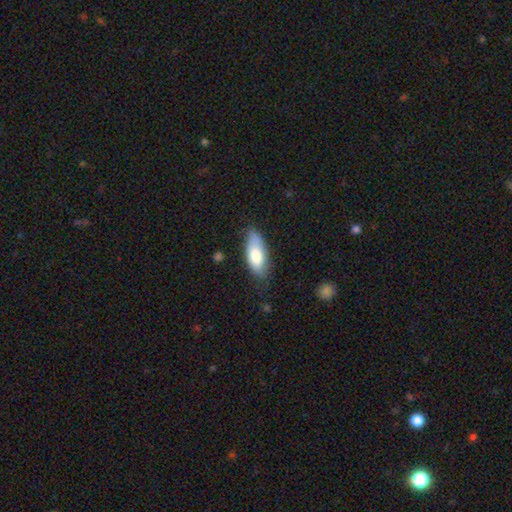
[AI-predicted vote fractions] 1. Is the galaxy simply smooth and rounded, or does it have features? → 78% smooth, 16% featured or disk, 6% star or artifact.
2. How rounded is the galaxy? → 80% in between, 18% cigar-shaped, 2% round.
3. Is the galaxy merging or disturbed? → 68% none, 25% minor disturbance, 5% major disturbance, 2% merger.